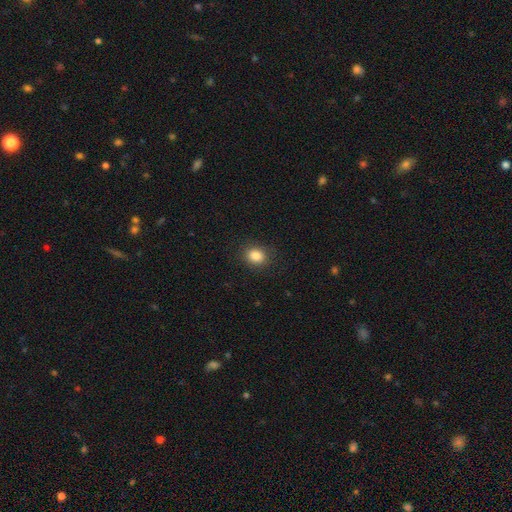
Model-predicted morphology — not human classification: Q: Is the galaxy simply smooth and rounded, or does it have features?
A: smooth — 85%.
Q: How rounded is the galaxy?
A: round — 61%.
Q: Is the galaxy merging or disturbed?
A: none — 87%.